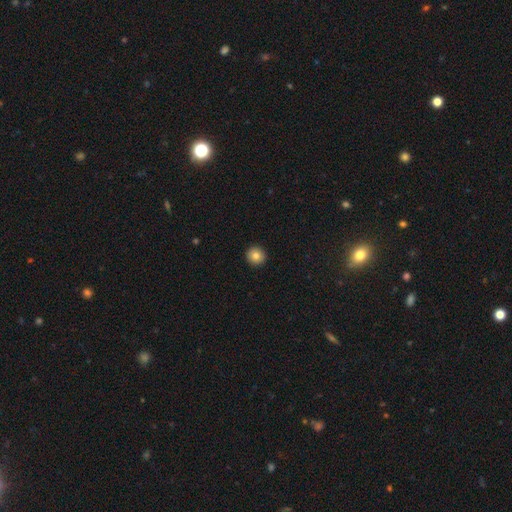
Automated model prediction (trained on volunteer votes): This is clearly a smooth galaxy (82%). How rounded: clearly round (95%). Merging: clearly none (93%).